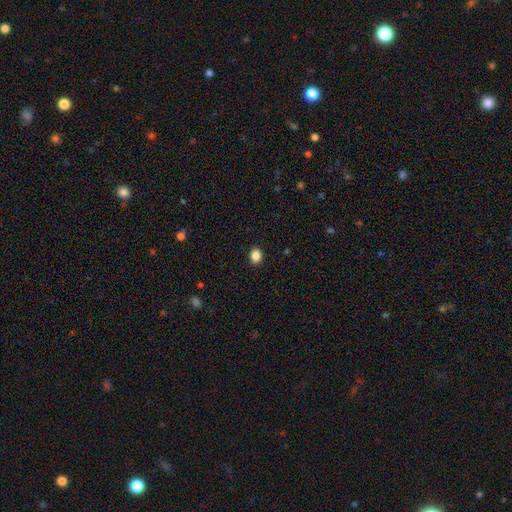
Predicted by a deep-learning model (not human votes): The model was most divided on "how rounded": in between: 64%, round: 35%, cigar-shaped: 1%. More confident: merging — none (90%); smooth or featured — smooth (87%).